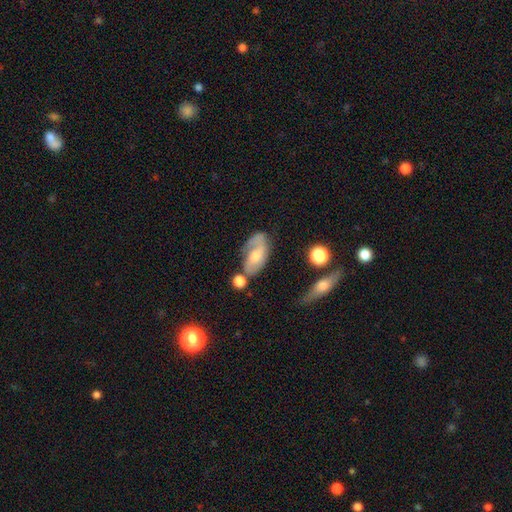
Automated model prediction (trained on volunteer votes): smooth-or-featured: featured or disk: 65% | smooth: 27% | star or artifact: 7%
  disk-edge-on: no: 91% | yes: 9%
    bar: no: 49% | weak: 39% | strong: 12%
    has-spiral-arms: yes: 84% | no: 16%
      spiral-winding: medium: 43% | loose: 30% | tight: 28%
      spiral-arm-count: 2: 67% | 1: 18% | can't tell: 12% | 3: 1% | 4: 1% | more than 4: 1%
    bulge-size: moderate: 56% | small: 32% | large: 6% | none: 4% | dominant: 1%
  merging: none: 53% | minor disturbance: 23% | merger: 12% | major disturbance: 12%